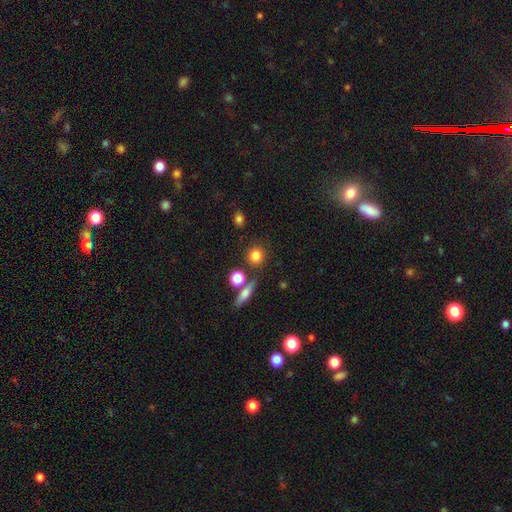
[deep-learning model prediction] Morphology: type=smooth (81%); roundness=round (86%); merging=none (78%).